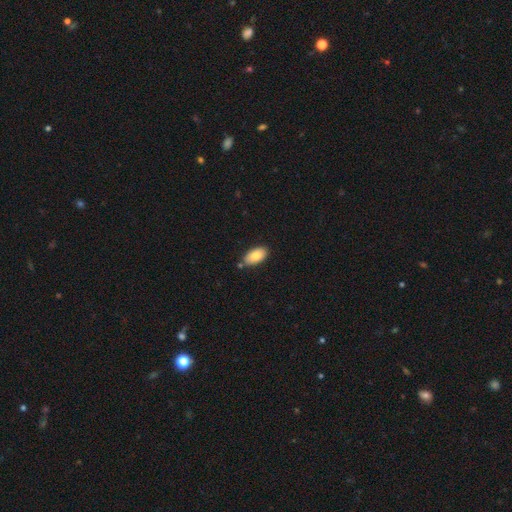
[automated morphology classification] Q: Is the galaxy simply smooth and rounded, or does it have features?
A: smooth — 86%.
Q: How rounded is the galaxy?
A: in between — 94%.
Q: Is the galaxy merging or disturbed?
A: none — 77%.